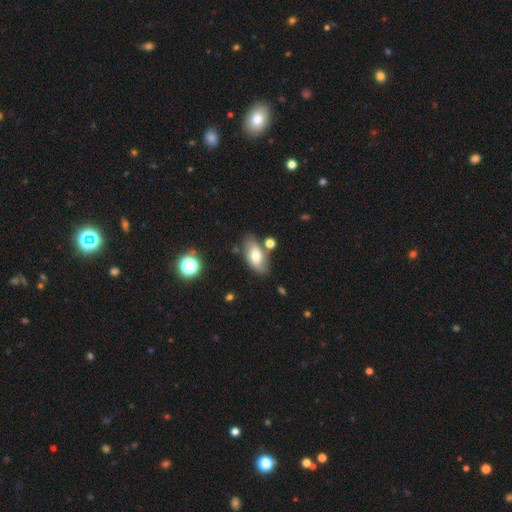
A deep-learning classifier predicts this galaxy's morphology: Smooth or featured?
  - smooth: 68% *
  - featured or disk: 24%
  - star or artifact: 8%
How rounded?
  - in between: 90% *
  - cigar-shaped: 6%
  - round: 5%
Merging?
  - none: 71% *
  - minor disturbance: 16%
  - merger: 9%
  - major disturbance: 4%